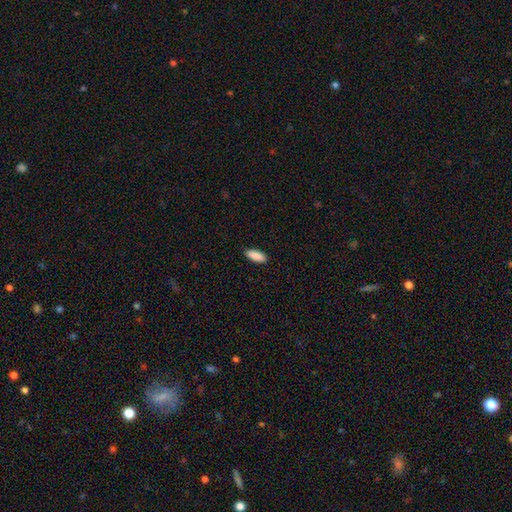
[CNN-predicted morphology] smooth_or_featured: smooth (p=0.90) [alt: star or artifact p=0.06]
how_rounded: in between (p=0.76) [alt: cigar-shaped p=0.23]
merging: none (p=0.89) [alt: minor disturbance p=0.08]